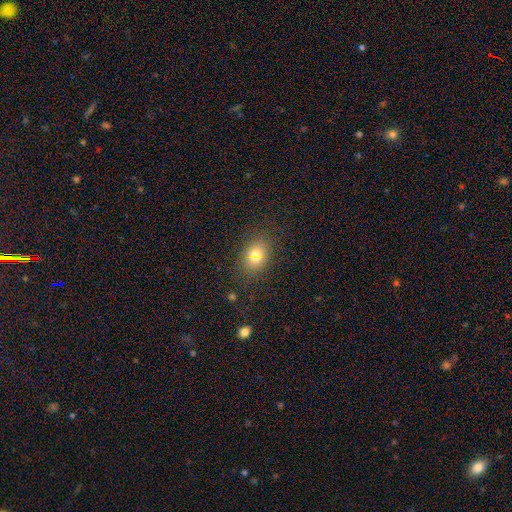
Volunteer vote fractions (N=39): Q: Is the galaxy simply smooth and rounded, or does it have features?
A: smooth — 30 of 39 (77%).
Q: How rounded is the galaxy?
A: in between — 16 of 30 (53%).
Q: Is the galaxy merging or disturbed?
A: none — 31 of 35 (89%).